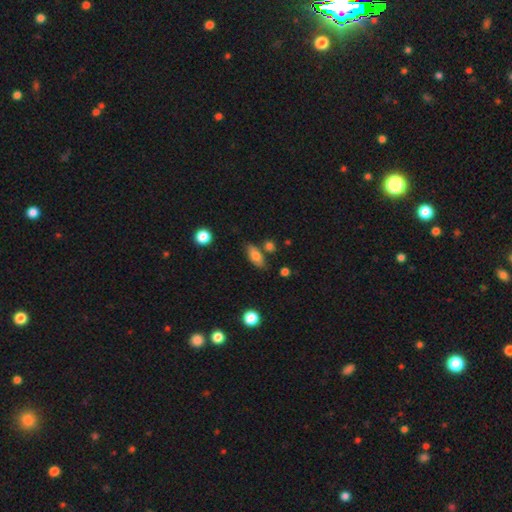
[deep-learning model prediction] A smooth galaxy with no disk features (76%) that is in between round and cigar-shaped (79%).

Vote fractions:
- Smooth or featured? smooth: 76% / featured or disk: 16% / star or artifact: 8%
- How rounded? in between: 79% / cigar-shaped: 17% / round: 4%
- Merging? none: 74% / minor disturbance: 14% / merger: 8% / major disturbance: 3%